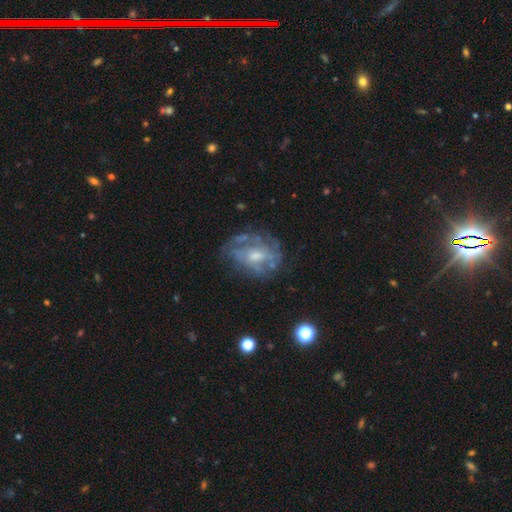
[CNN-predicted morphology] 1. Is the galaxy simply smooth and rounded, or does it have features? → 76% featured or disk, 16% smooth, 8% star or artifact.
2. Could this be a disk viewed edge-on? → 97% no, 3% yes.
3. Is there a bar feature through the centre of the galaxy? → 55% no, 37% weak, 8% strong.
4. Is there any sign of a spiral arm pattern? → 65% yes, 35% no.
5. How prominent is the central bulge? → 49% moderate, 39% small, 7% none, 4% large, 1% dominant.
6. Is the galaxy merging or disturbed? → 59% none, 21% minor disturbance, 17% major disturbance, 3% merger.